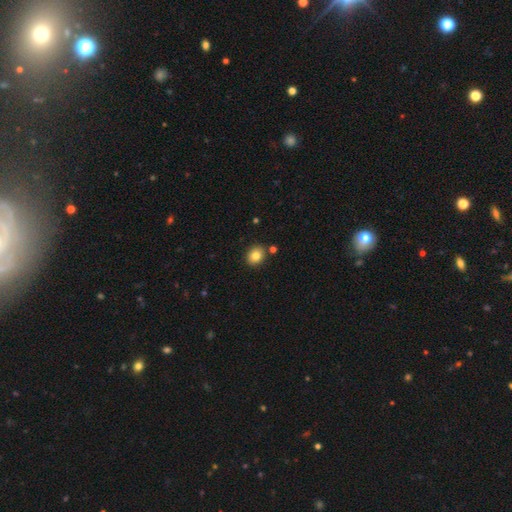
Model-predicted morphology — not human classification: type=smooth (83%); roundness=round (63%); merging=none (85%).